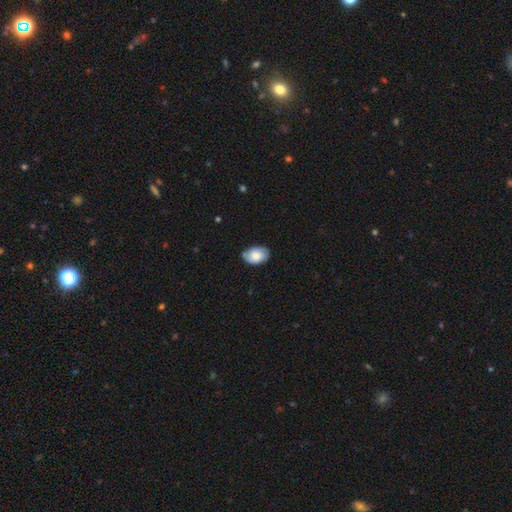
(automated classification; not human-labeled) Smooth or featured: smooth — 73% (featured or disk — 21%)
How rounded: in between — 88% (round — 11%)
Merging: none — 76% (minor disturbance — 20%)